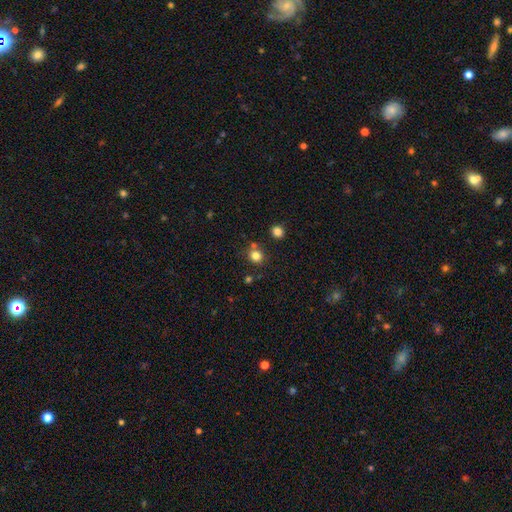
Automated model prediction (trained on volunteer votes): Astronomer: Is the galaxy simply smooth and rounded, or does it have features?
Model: smooth — 81%.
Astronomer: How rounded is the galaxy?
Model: round — 83%.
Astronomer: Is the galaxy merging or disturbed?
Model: none — 74%.